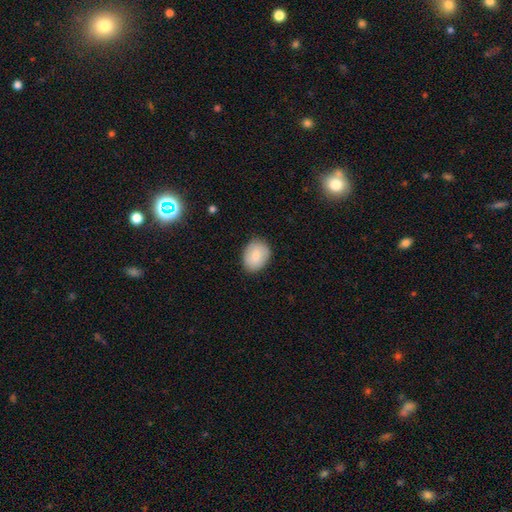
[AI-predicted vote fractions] smooth-or-featured: smooth: 81% | featured or disk: 13% | star or artifact: 7%
  how-rounded: in between: 59% | round: 40% | cigar-shaped: 1%
  merging: none: 83% | minor disturbance: 13% | major disturbance: 3% | merger: 1%